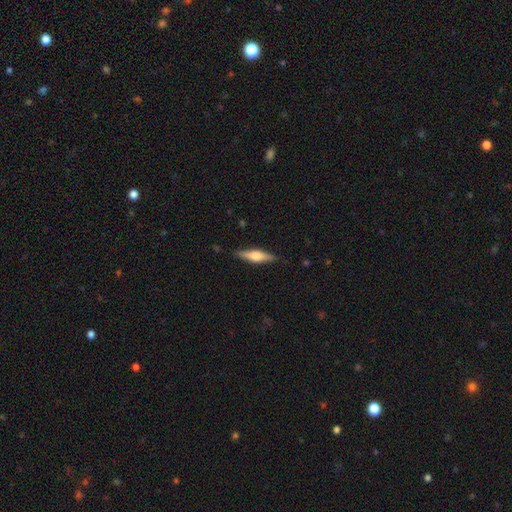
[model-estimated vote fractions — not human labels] This is possibly a featured or disk galaxy (51%). It is clearly viewed edge-on (95%). Merging: clearly none (86%).